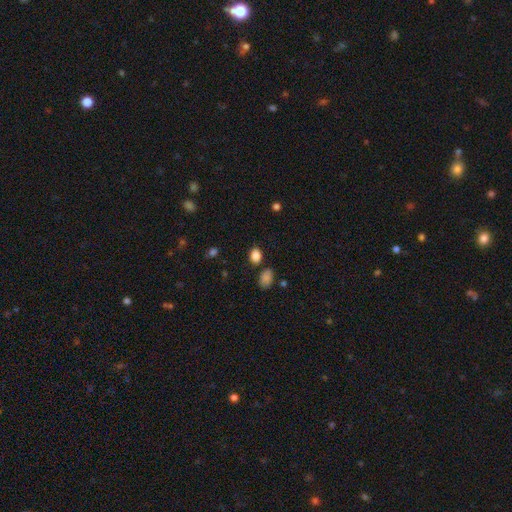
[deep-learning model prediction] This is clearly a smooth galaxy (86%). How rounded: likely in between (69%). Merging: likely none (78%).